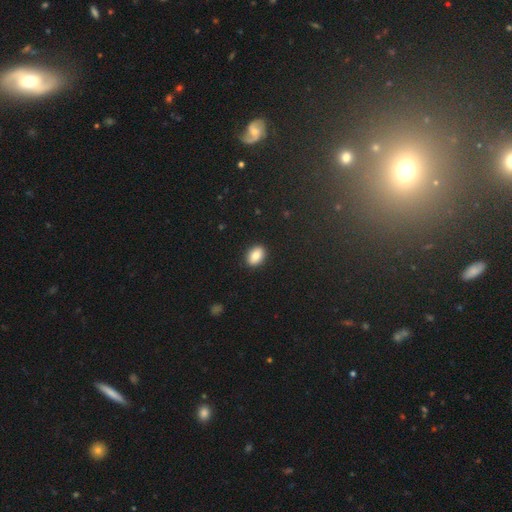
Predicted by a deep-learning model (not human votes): Smooth or featured: smooth — 85% (star or artifact — 8%)
How rounded: in between — 81% (round — 17%)
Merging: none — 90% (minor disturbance — 7%)